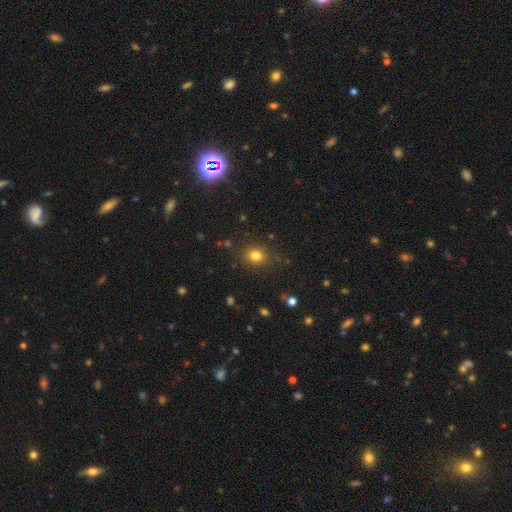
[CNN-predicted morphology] The model was most divided on "how rounded": round: 66%, in between: 34%, cigar-shaped: 1%. More confident: merging — none (84%); smooth or featured — smooth (79%).